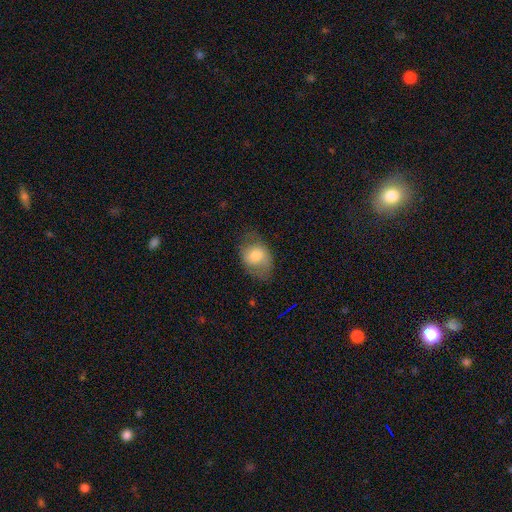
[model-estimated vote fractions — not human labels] Smooth or featured? Predicted: smooth (p=0.71). How rounded? Predicted: in between (p=0.71). Merging? Predicted: none (p=0.63).